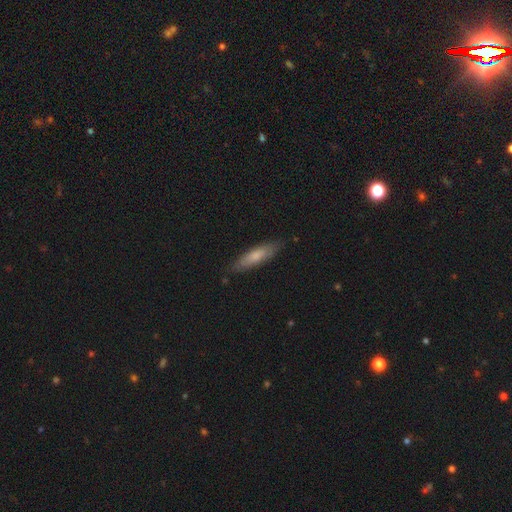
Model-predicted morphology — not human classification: A smooth galaxy with no disk features (70%) that is cigar-shaped (70%). Merging: none (82%).